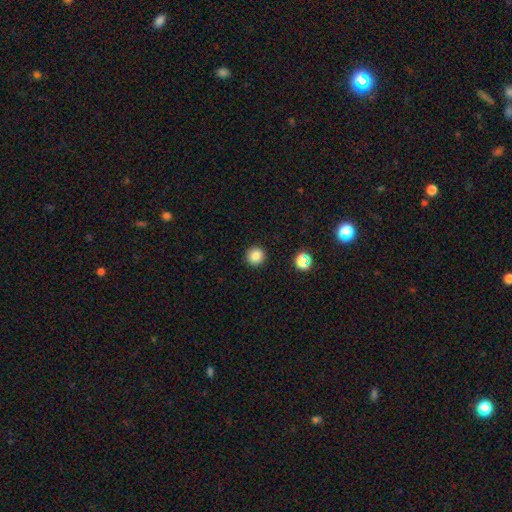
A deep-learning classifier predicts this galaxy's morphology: smooth 84%, star or artifact 12%, featured or disk 4%. Down the decision tree: how rounded — round (96%); merging — none (93%).